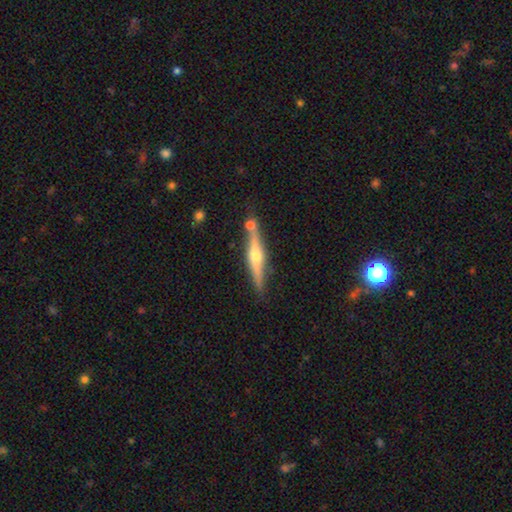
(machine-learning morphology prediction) Smooth or featured?
  - featured or disk: 71% *
  - smooth: 24%
  - star or artifact: 6%
Edge-on disk?
  - yes: 97% *
  - no: 3%
Edge-on bulge?
  - rounded: 91% *
  - none: 5%
  - boxy: 4%
Merging?
  - none: 77% *
  - minor disturbance: 11%
  - merger: 9%
  - major disturbance: 2%